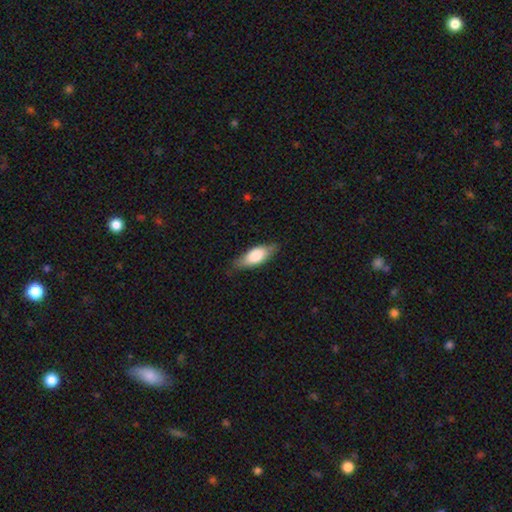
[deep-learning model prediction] The model was most divided on "smooth or featured": smooth: 73%, featured or disk: 22%, star or artifact: 6%. More confident: merging — none (77%); how rounded — in between (76%).